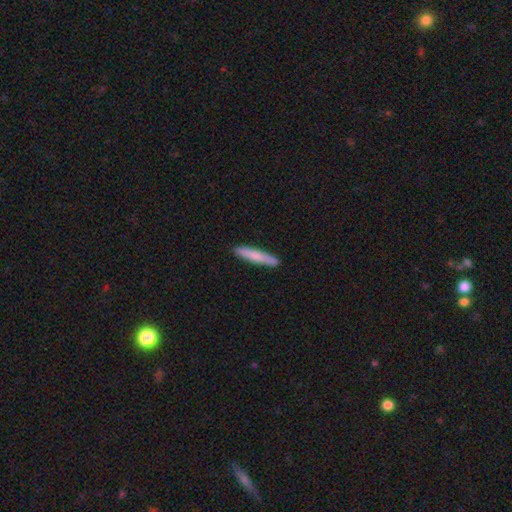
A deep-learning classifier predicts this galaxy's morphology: This appears to be a smooth galaxy with no disk features (74%) that is cigar-shaped (93%). Merging: none (89%).